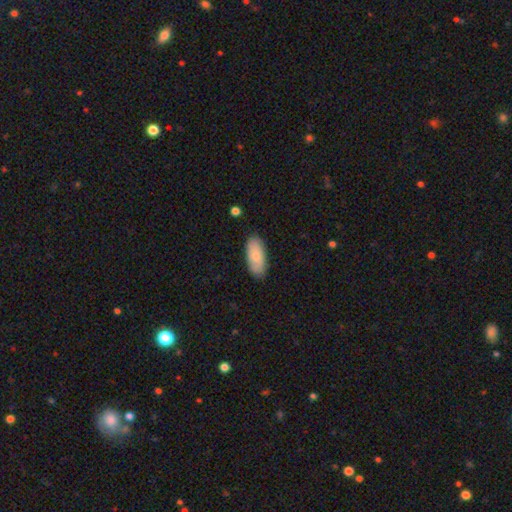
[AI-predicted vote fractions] smooth_or_featured: smooth (p=0.80) [alt: featured or disk p=0.14]
how_rounded: in between (p=0.88) [alt: cigar-shaped p=0.10]
merging: none (p=0.84) [alt: minor disturbance p=0.12]